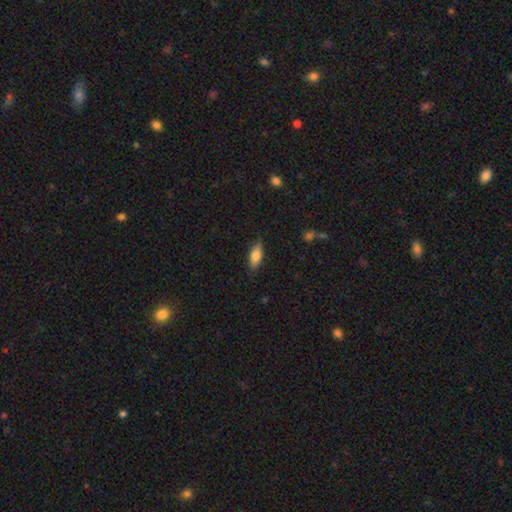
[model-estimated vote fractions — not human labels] Morphology: type=smooth (77%); roundness=in between (74%); merging=none (84%).